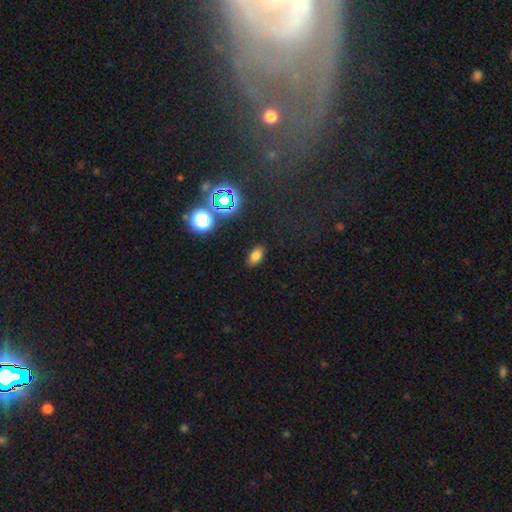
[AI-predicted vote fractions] Smooth or featured? Predicted: smooth (p=0.73). How rounded? Predicted: in between (p=0.89). Merging? Predicted: none (p=0.87).